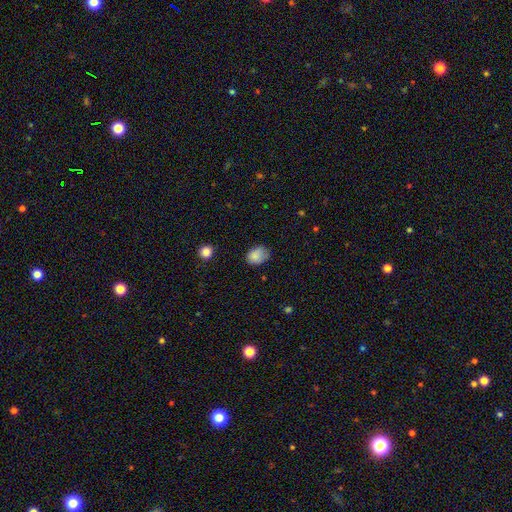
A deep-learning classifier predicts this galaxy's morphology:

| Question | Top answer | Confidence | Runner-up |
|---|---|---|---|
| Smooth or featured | smooth | 84% | star or artifact (9%) |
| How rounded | in between | 66% | round (33%) |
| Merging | none | 62% | minor disturbance (30%) |